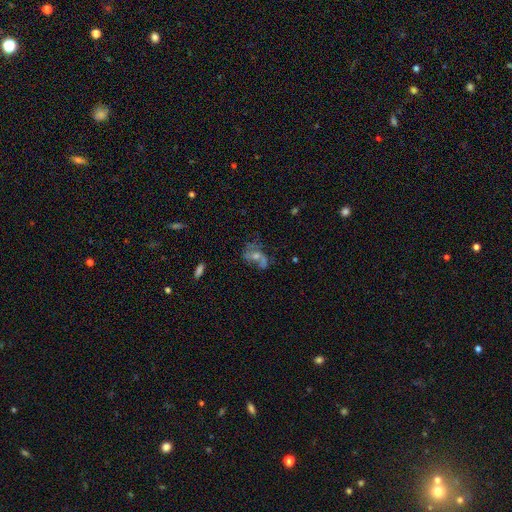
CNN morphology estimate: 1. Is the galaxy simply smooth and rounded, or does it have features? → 61% featured or disk, 21% smooth, 18% star or artifact.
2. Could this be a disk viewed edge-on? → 95% no, 5% yes.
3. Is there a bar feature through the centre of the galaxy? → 62% no, 30% weak, 8% strong.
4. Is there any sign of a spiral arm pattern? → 66% yes, 34% no.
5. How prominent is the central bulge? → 46% moderate, 35% small, 12% none, 6% large, 2% dominant.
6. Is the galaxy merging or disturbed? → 44% none, 24% major disturbance, 18% minor disturbance, 14% merger.